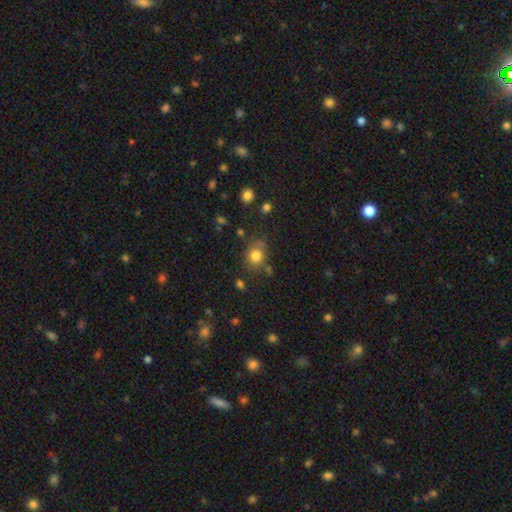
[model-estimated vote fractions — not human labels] smooth_or_featured: smooth (p=0.80) [alt: star or artifact p=0.12]
how_rounded: round (p=0.73) [alt: in between p=0.27]
merging: none (p=0.71) [alt: minor disturbance p=0.16]